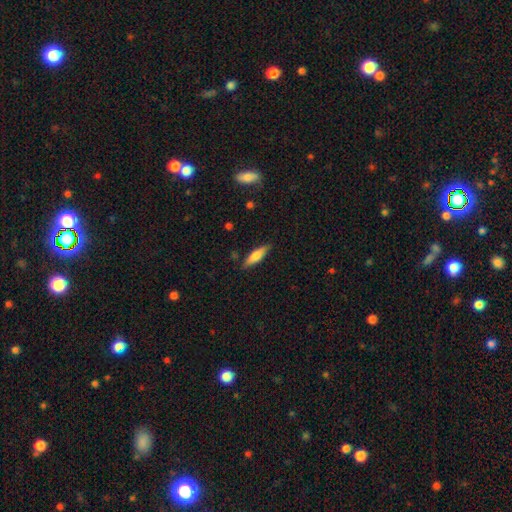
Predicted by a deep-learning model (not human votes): Q: Smooth or featured?
A: smooth (69%); runner-up: featured or disk (25%)
Q: How rounded?
A: cigar-shaped (59%); runner-up: in between (39%)
Q: Merging?
A: none (84%); runner-up: minor disturbance (12%)